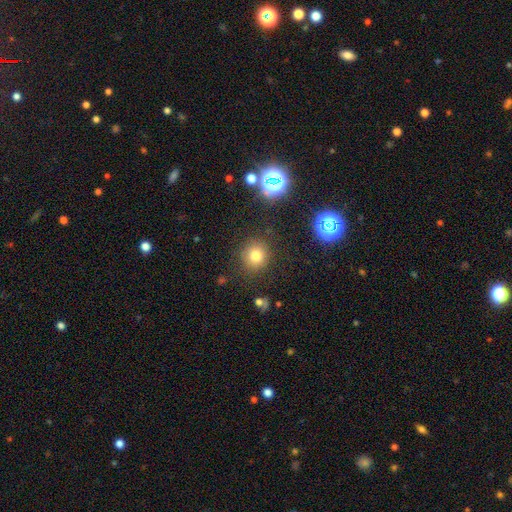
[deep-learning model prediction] smooth 74%, star or artifact 18%, featured or disk 8%. Down the decision tree: how rounded — round (89%); merging — none (86%).